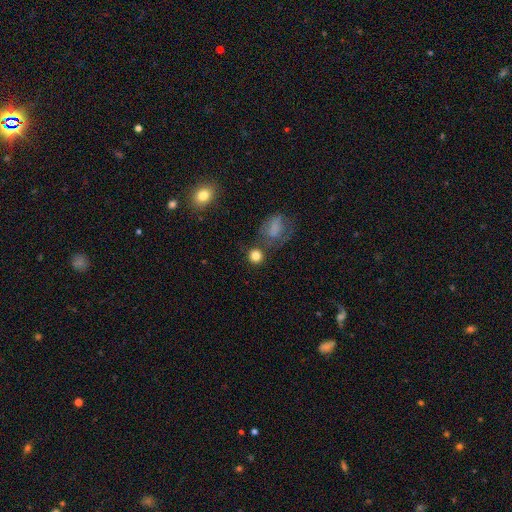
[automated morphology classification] The model was most divided on "merging": none: 72%, merger: 12%, minor disturbance: 11%, major disturbance: 5%. More confident: how rounded — round (89%); smooth or featured — smooth (83%).